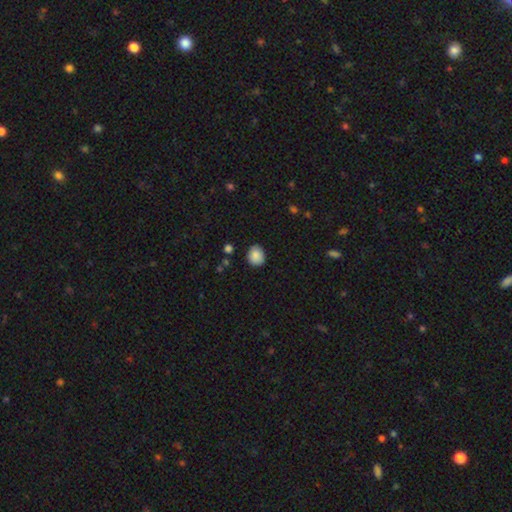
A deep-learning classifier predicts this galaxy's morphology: Smooth or featured?
  - smooth: 87% *
  - star or artifact: 8%
  - featured or disk: 5%
How rounded?
  - round: 74% *
  - in between: 25%
  - cigar-shaped: 1%
Merging?
  - none: 83% *
  - minor disturbance: 14%
  - major disturbance: 2%
  - merger: 1%